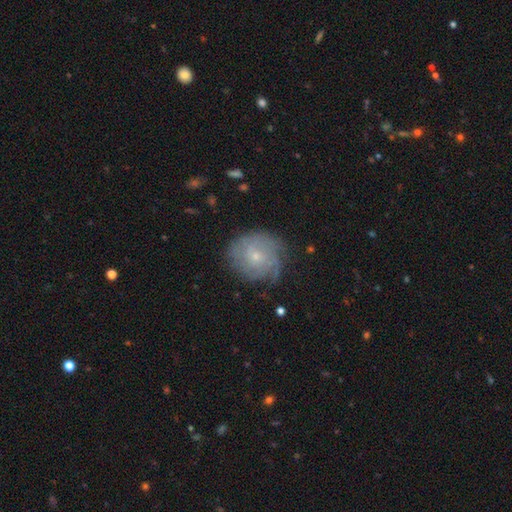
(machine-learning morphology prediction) smooth_or_featured: featured or disk (p=0.56) [alt: smooth p=0.32]
disk_edge_on: no (p=0.97) [alt: yes p=0.03]
bar: no (p=0.79) [alt: weak p=0.19]
has_spiral_arms: yes (p=0.82) [alt: no p=0.18]
bulge_size: small (p=0.72) [alt: moderate p=0.23]
merging: none (p=0.72) [alt: minor disturbance p=0.19]